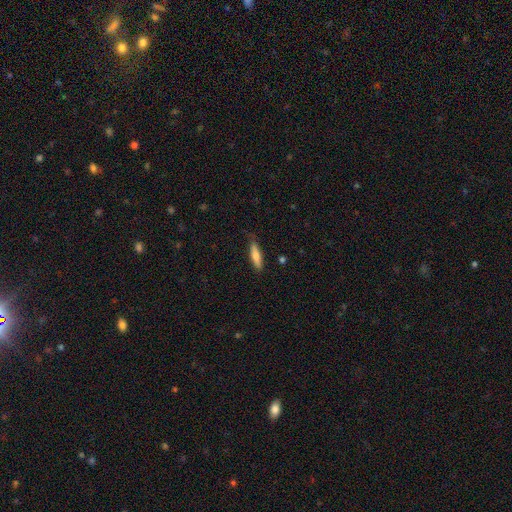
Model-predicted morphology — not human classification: Overall: smooth (71%). How rounded: cigar-shaped (75%). Merging: none (76%).